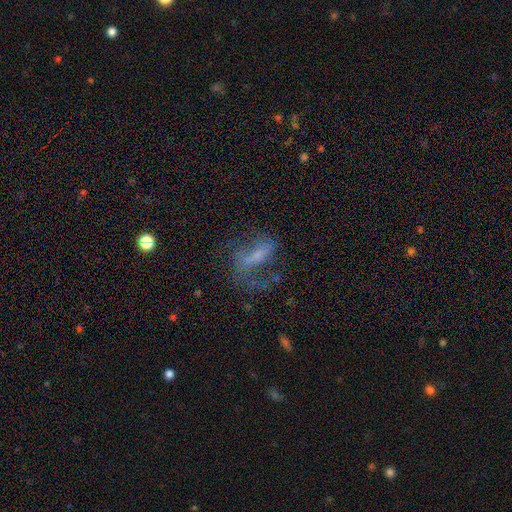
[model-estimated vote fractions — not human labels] The model was most divided on "merging": major disturbance: 40%, none: 37%, minor disturbance: 18%, merger: 5%. More confident: edge-on disk — no (89%); smooth or featured — featured or disk (52%).